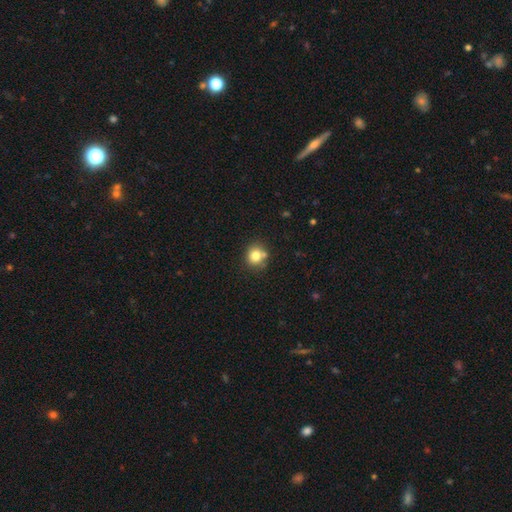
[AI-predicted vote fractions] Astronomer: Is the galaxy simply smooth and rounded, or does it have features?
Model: smooth — 78%.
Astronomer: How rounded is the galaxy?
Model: round — 82%.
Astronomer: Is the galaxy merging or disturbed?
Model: none — 68%.